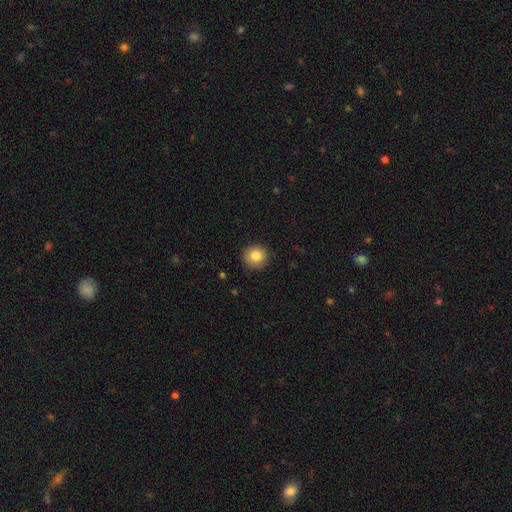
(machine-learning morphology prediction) A smooth galaxy with no disk features (84%) that is round (92%). Merging: none (91%).